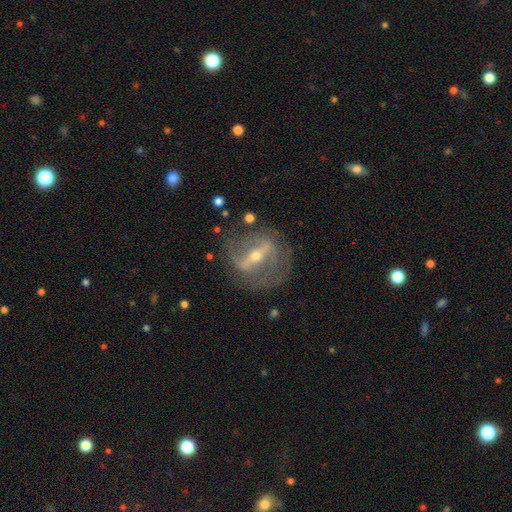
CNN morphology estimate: smooth-or-featured: featured or disk: 85% | smooth: 8% | star or artifact: 7%
  disk-edge-on: no: 88% | yes: 12%
    bar: strong: 73% | weak: 20% | no: 7%
    has-spiral-arms: yes: 74% | no: 26%
      spiral-winding: medium: 42% | tight: 29% | loose: 28%
      spiral-arm-count: 2: 72% | can't tell: 16% | 1: 5% | 3: 4% | 4: 2% | more than 4: 1%
    bulge-size: small: 51% | moderate: 46% | large: 2% | none: 1% | dominant: 1%
  merging: none: 70% | minor disturbance: 16% | major disturbance: 12% | merger: 2%